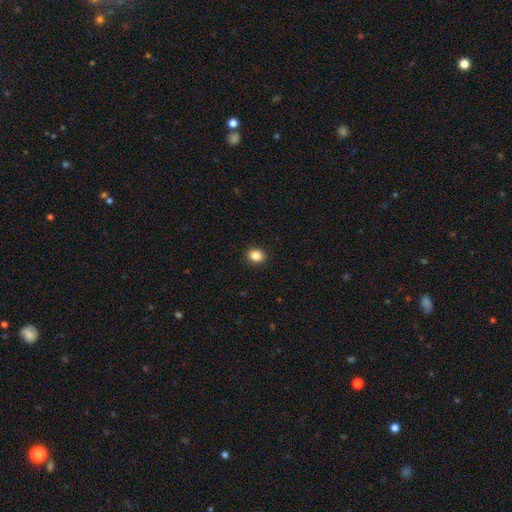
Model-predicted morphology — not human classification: The model was most divided on "how rounded": in between: 52%, round: 47%, cigar-shaped: 1%. More confident: merging — none (91%); smooth or featured — smooth (86%).